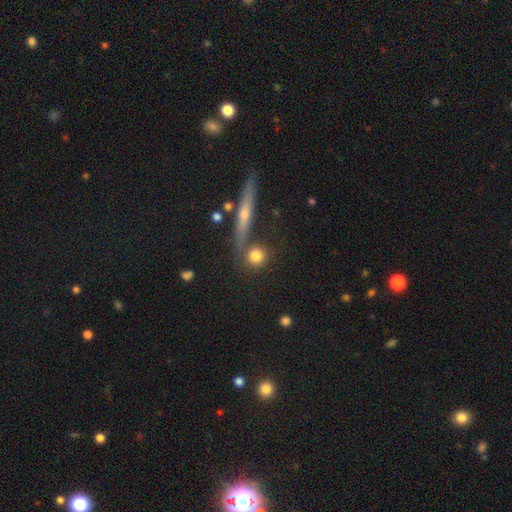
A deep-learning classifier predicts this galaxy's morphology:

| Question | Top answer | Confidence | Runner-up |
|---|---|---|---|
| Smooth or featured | smooth | 79% | featured or disk (11%) |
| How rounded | round | 84% | in between (10%) |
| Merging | none | 73% | merger (13%) |